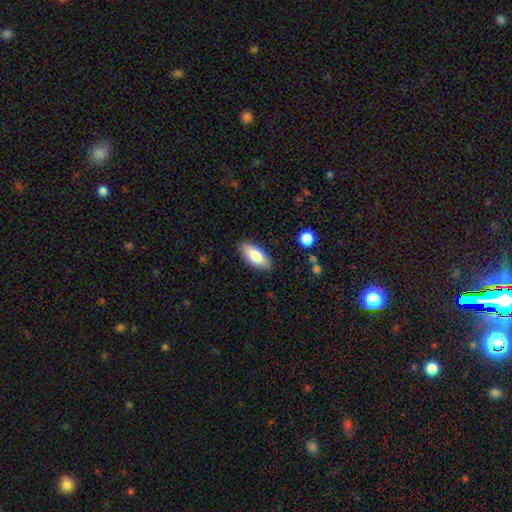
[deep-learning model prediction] smooth_or_featured: smooth (p=0.82) [alt: featured or disk p=0.12]
how_rounded: in between (p=0.86) [alt: cigar-shaped p=0.12]
merging: none (p=0.86) [alt: minor disturbance p=0.11]